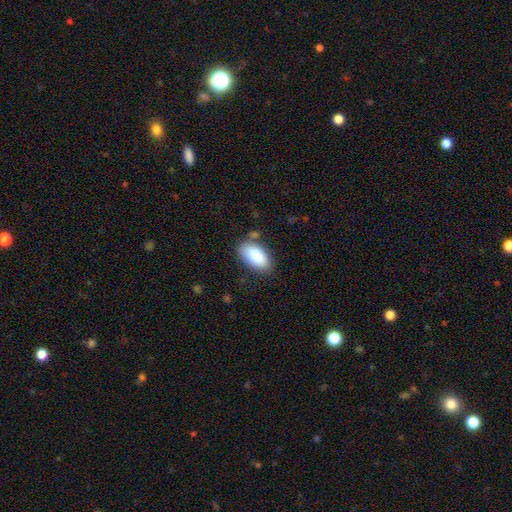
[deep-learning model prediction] smooth_or_featured: smooth (p=0.89) [alt: star or artifact p=0.06]
how_rounded: in between (p=0.94) [alt: cigar-shaped p=0.03]
merging: none (p=0.77) [alt: minor disturbance p=0.15]